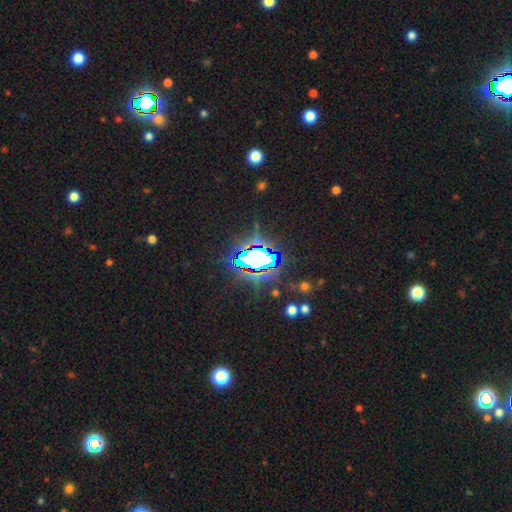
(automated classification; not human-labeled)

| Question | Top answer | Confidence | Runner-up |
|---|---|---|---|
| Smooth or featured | star or artifact | 71% | smooth (17%) |